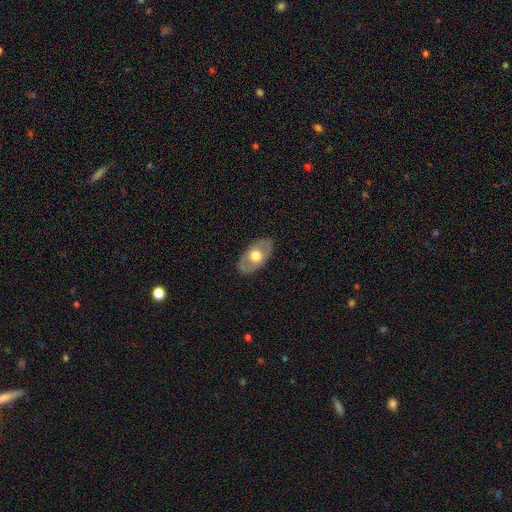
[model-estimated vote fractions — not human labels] A smooth galaxy with no disk features (48%).

Vote fractions:
- Smooth or featured? smooth: 48% / featured or disk: 47% / star or artifact: 5%
- Merging? none: 85% / minor disturbance: 11% / major disturbance: 3% / merger: 1%